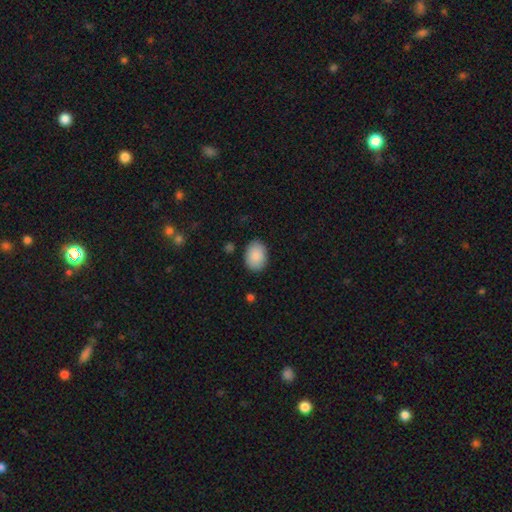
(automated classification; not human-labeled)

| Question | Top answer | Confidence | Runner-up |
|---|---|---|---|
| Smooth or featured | smooth | 88% | star or artifact (6%) |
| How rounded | in between | 77% | round (22%) |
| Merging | none | 86% | minor disturbance (10%) |